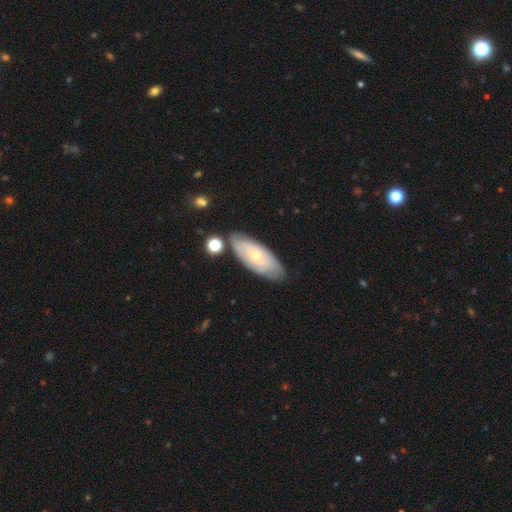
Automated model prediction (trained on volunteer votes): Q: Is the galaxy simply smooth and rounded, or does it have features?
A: featured or disk — 49%.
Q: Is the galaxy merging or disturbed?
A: none — 71%.